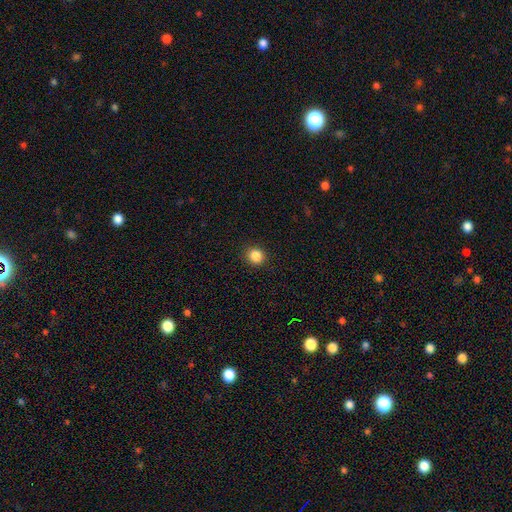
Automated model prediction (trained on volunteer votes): Q: Smooth or featured?
A: smooth (85%); runner-up: star or artifact (11%)
Q: How rounded?
A: round (85%); runner-up: in between (14%)
Q: Merging?
A: none (90%); runner-up: minor disturbance (7%)